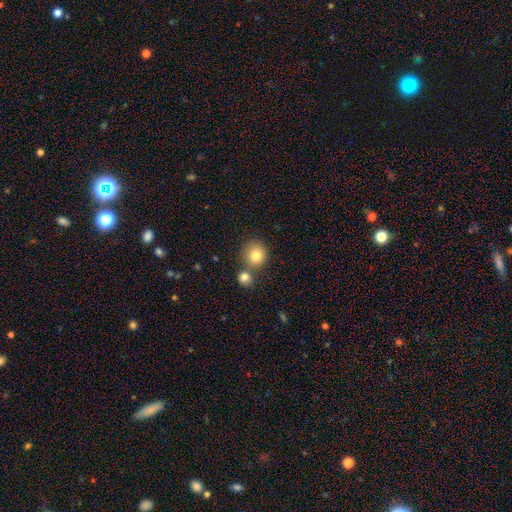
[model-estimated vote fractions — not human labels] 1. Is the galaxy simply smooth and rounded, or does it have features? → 81% smooth, 11% star or artifact, 9% featured or disk.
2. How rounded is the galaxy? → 87% round, 12% in between, 1% cigar-shaped.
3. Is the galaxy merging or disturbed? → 59% none, 29% merger, 9% minor disturbance, 3% major disturbance.